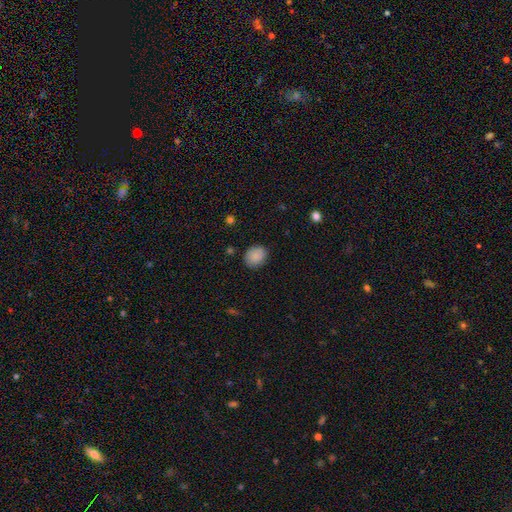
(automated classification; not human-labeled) smooth 87%, star or artifact 8%, featured or disk 6%. Down the decision tree: how rounded — round (58%); merging — none (84%).